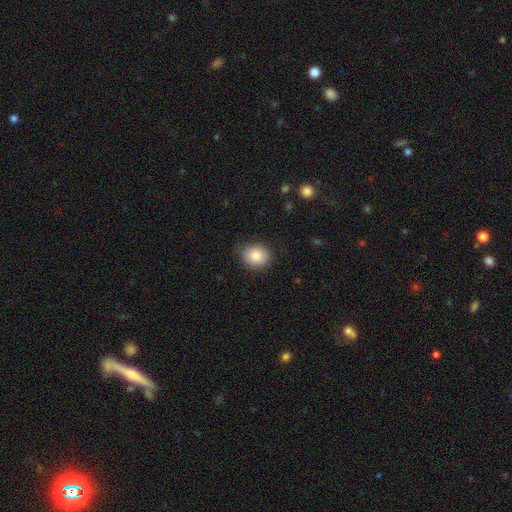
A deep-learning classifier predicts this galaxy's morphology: Smooth or featured: smooth — 85% (star or artifact — 8%)
How rounded: round — 65% (in between — 34%)
Merging: none — 81% (minor disturbance — 15%)